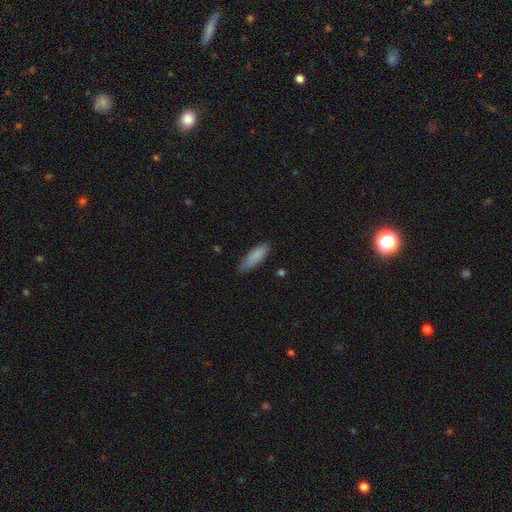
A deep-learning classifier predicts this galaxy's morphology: Smooth or featured? Predicted: smooth (p=0.85). How rounded? Predicted: in between (p=0.53). Merging? Predicted: none (p=0.75).